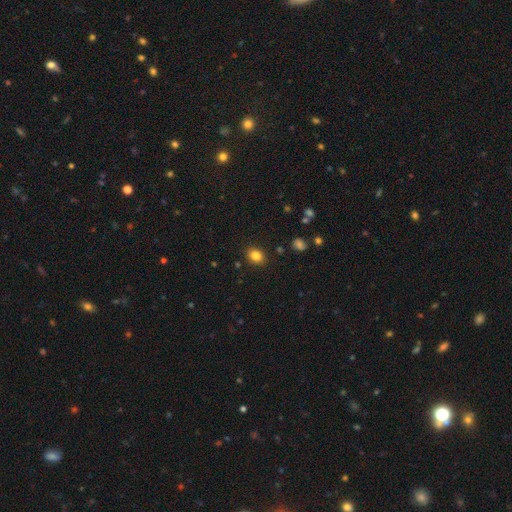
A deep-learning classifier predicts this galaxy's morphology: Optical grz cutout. It shows a smooth galaxy with no disk features (83%) that is round (55%). Merging: none (88%).